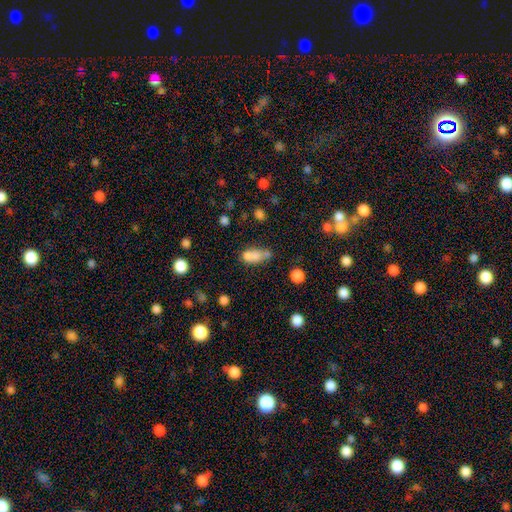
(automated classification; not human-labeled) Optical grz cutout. It shows a smooth galaxy with no disk features (73%) that is in between round and cigar-shaped (79%). Merging: none (36%).